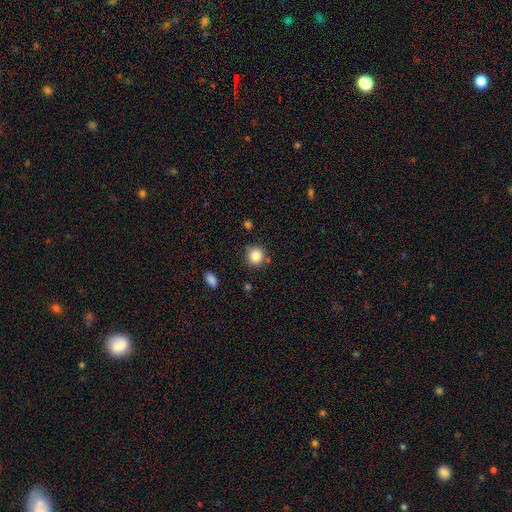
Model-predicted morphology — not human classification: Overall: smooth (85%). How rounded: round (88%). Merging: none (83%).